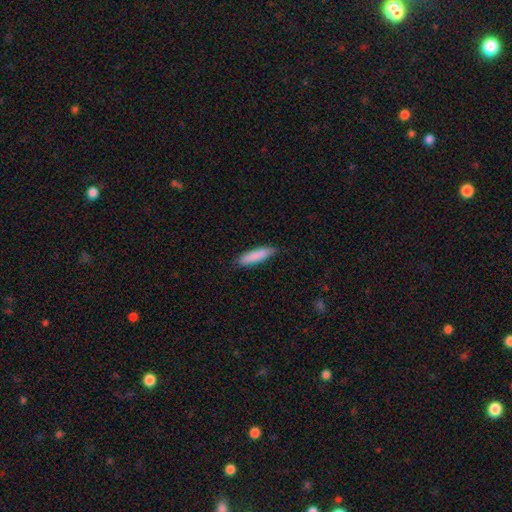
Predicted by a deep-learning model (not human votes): Q: Smooth or featured?
A: smooth (87%); runner-up: featured or disk (8%)
Q: How rounded?
A: cigar-shaped (72%); runner-up: in between (27%)
Q: Merging?
A: none (85%); runner-up: minor disturbance (12%)